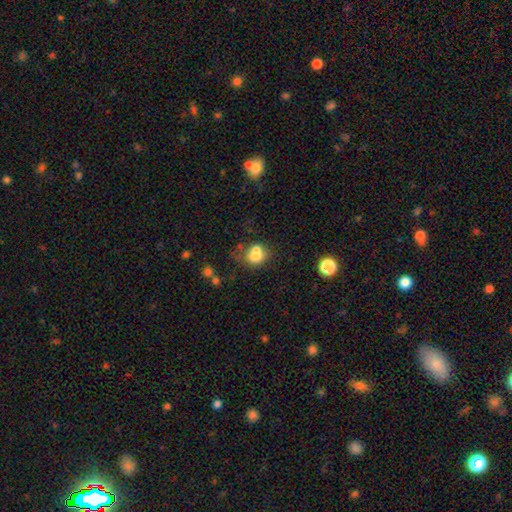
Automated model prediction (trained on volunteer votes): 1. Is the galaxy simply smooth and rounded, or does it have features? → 70% smooth, 17% featured or disk, 12% star or artifact.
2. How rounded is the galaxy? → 71% round, 28% in between, 1% cigar-shaped.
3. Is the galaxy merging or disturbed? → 48% merger, 36% none, 11% minor disturbance, 5% major disturbance.